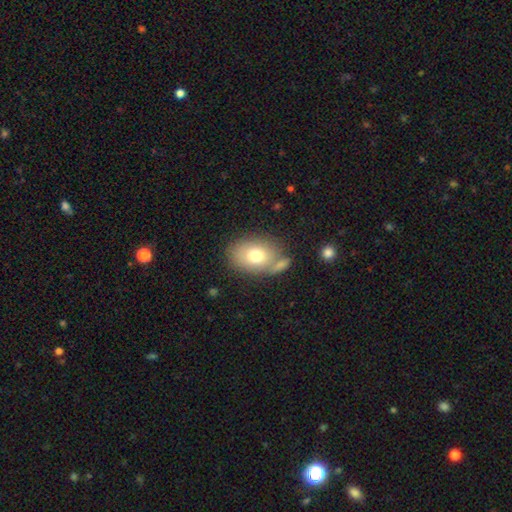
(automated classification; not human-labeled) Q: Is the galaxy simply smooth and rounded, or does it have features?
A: smooth — 74%.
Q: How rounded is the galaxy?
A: in between — 72%.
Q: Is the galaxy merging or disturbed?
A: none — 63%.